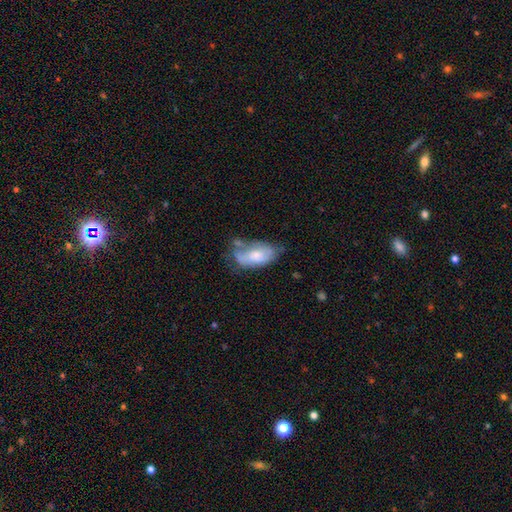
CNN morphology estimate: Q: Smooth or featured?
A: smooth (56%); runner-up: featured or disk (37%)
Q: How rounded?
A: in between (92%); runner-up: cigar-shaped (4%)
Q: Merging?
A: none (37%); runner-up: minor disturbance (34%)